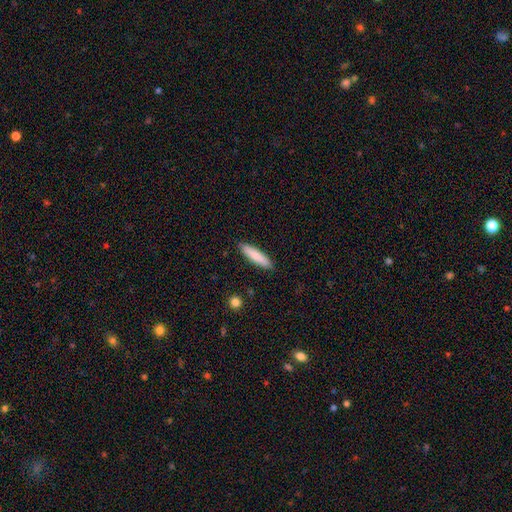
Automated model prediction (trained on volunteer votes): Overall: smooth (84%). How rounded: cigar-shaped (81%). Merging: none (90%).